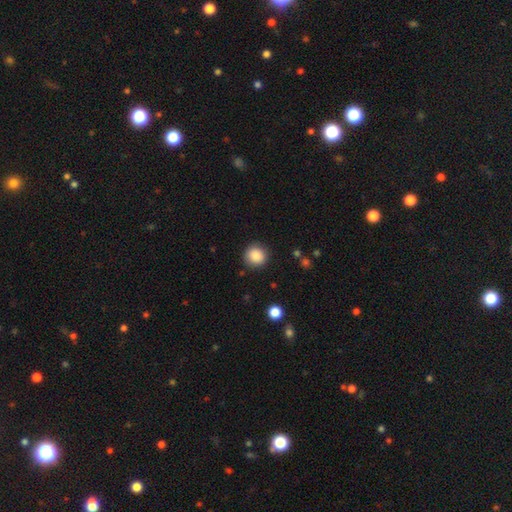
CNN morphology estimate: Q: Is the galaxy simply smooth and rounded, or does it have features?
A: smooth — 87%.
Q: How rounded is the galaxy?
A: round — 92%.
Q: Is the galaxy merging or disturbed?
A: none — 89%.